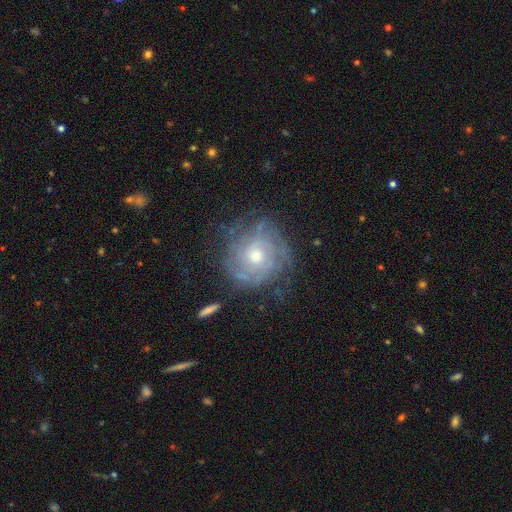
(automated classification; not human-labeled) Overall: featured or disk (81%). Edge-on disk: no (97%). Bar: no (77%). Spiral arms: yes (92%). Spiral arm count: can't tell (45%; 3 17%). Spiral winding: tight (73%). Bulge size: moderate (66%; small 27%). Merging: none (73%).